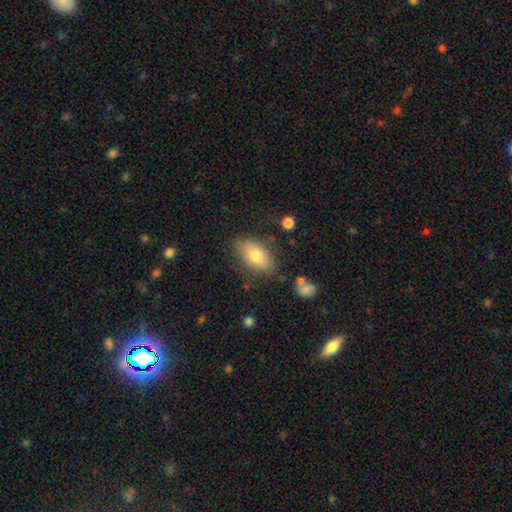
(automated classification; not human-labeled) smooth 75%, featured or disk 16%, star or artifact 8%. Down the decision tree: how rounded — in between (90%); merging — none (75%).